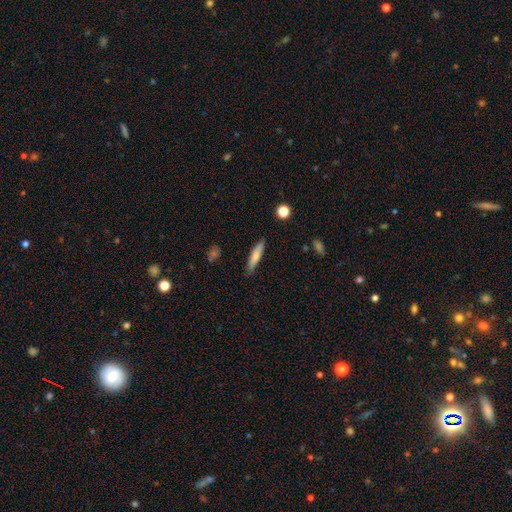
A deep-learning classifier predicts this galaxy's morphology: smooth 75%, featured or disk 18%, star or artifact 6%. Down the decision tree: how rounded — cigar-shaped (83%); merging — none (85%).